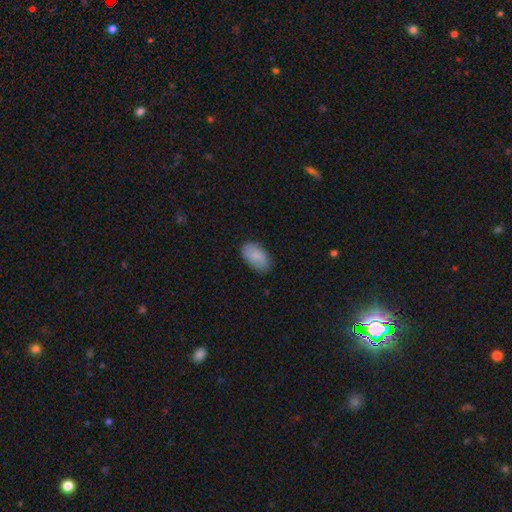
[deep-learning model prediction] Q: Smooth or featured?
A: smooth (84%); runner-up: featured or disk (10%)
Q: How rounded?
A: in between (94%); runner-up: round (4%)
Q: Merging?
A: none (80%); runner-up: minor disturbance (15%)